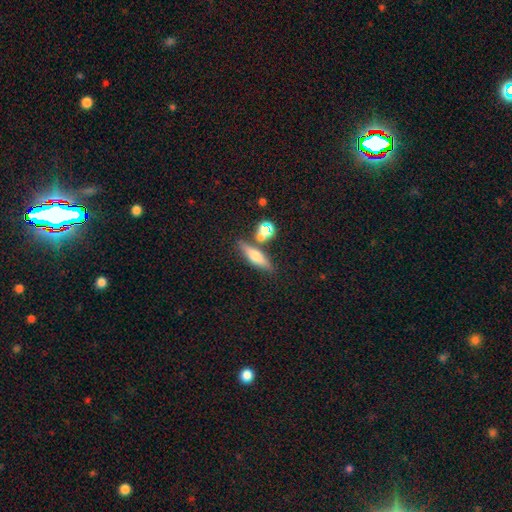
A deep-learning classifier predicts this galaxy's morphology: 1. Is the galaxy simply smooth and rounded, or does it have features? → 54% smooth, 36% featured or disk, 10% star or artifact.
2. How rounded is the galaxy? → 58% cigar-shaped, 36% in between, 6% round.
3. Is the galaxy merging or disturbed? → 67% none, 17% merger, 12% minor disturbance, 4% major disturbance.